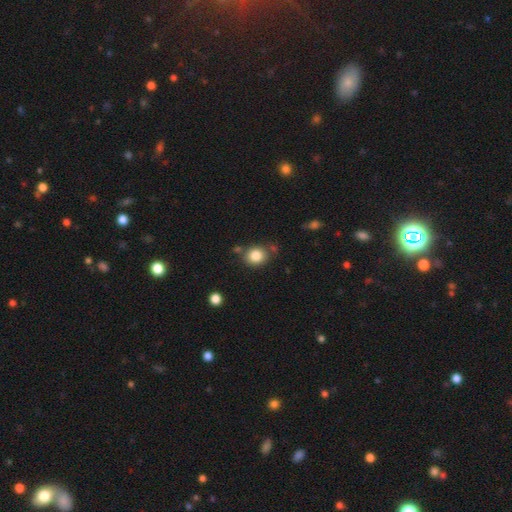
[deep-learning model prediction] Smooth or featured? Predicted: smooth (p=0.84). How rounded? Predicted: round (p=0.72). Merging? Predicted: none (p=0.75).